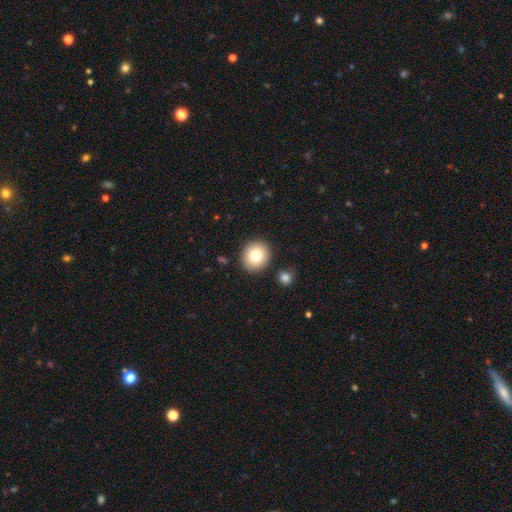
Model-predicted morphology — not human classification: smooth-or-featured: smooth: 78% | featured or disk: 12% | star or artifact: 10%
  how-rounded: round: 82% | in between: 17% | cigar-shaped: 1%
  merging: none: 88% | minor disturbance: 7% | merger: 3% | major disturbance: 2%